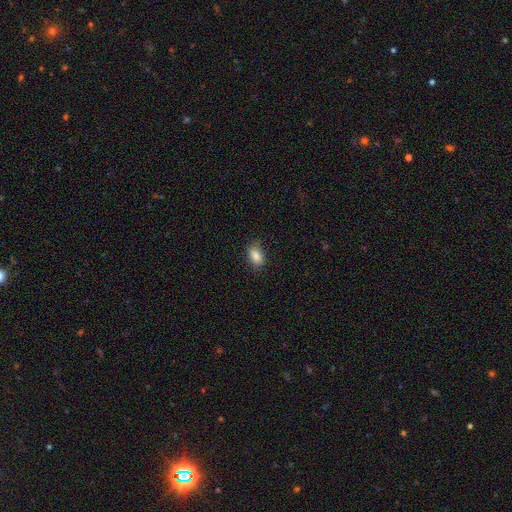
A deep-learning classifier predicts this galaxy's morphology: Q: Smooth or featured?
A: smooth (87%); runner-up: star or artifact (8%)
Q: How rounded?
A: in between (89%); runner-up: round (9%)
Q: Merging?
A: none (81%); runner-up: minor disturbance (15%)